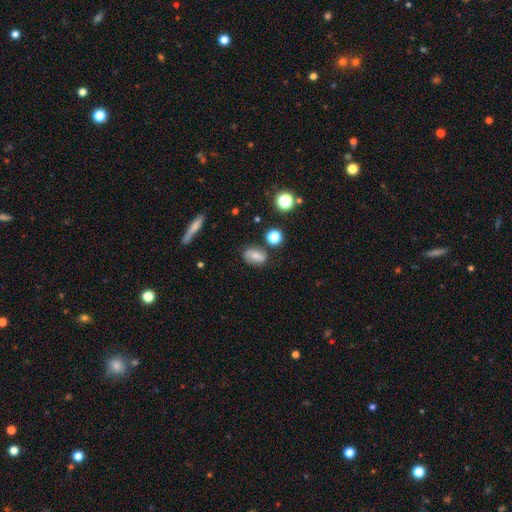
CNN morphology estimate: smooth-or-featured: smooth: 61% | featured or disk: 27% | star or artifact: 12%
  how-rounded: in between: 80% | round: 17% | cigar-shaped: 3%
  merging: none: 73% | minor disturbance: 17% | merger: 5% | major disturbance: 5%